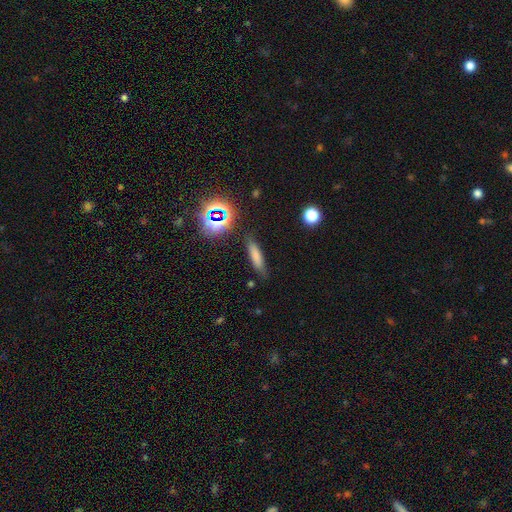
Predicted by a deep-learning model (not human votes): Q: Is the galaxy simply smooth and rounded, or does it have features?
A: smooth — 72%.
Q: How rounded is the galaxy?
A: cigar-shaped — 75%.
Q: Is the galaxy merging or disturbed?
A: none — 79%.